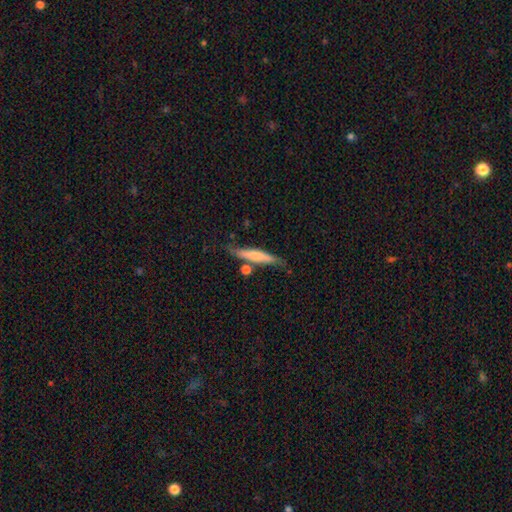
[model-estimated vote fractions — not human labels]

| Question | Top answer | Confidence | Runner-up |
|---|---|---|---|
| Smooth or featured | smooth | 58% | featured or disk (36%) |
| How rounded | cigar-shaped | 90% | in between (8%) |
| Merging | none | 69% | minor disturbance (17%) |